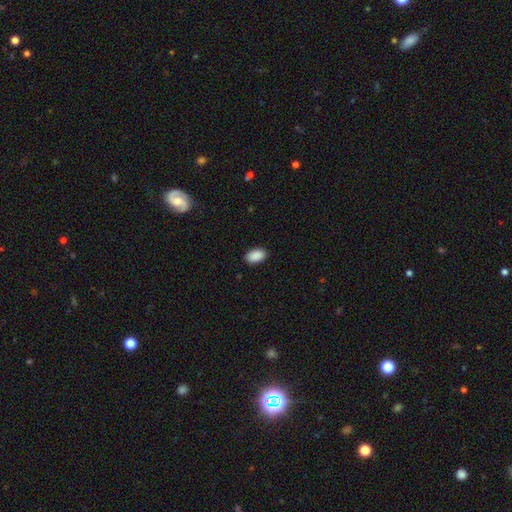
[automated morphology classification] smooth_or_featured: smooth (p=0.91) [alt: star or artifact p=0.07]
how_rounded: in between (p=0.94) [alt: round p=0.05]
merging: none (p=0.89) [alt: minor disturbance p=0.08]